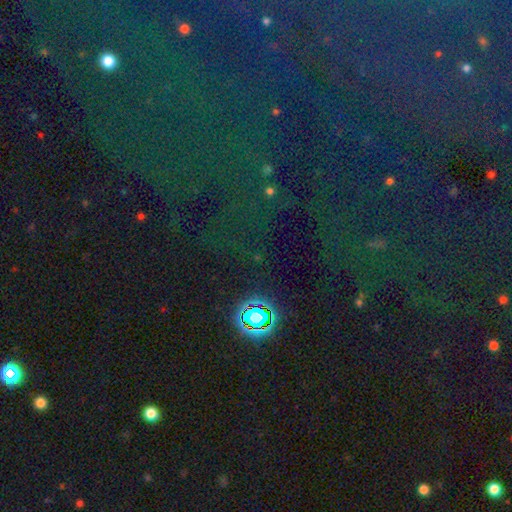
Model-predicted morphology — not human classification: Smooth or featured? star or artifact (79%)